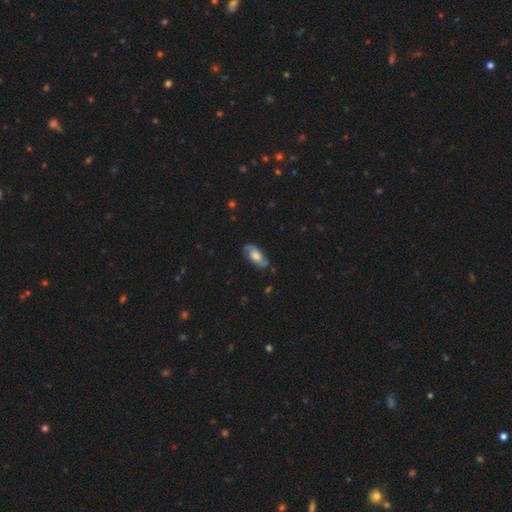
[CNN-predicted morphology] A featured or disk galaxy (63%) with no bar (59%), spiral arms (87%) and a moderate central bulge (45%).

Vote fractions:
- Smooth or featured? featured or disk: 63% / smooth: 31% / star or artifact: 6%
- Edge-on disk? no: 90% / yes: 10%
- Bar? no: 59% / weak: 32% / strong: 9%
- Spiral arms? yes: 87% / no: 13%
- Bulge size? moderate: 45% / large: 36% / small: 12% / none: 5% / dominant: 3%
- Merging? none: 78% / minor disturbance: 16% / major disturbance: 4% / merger: 1%